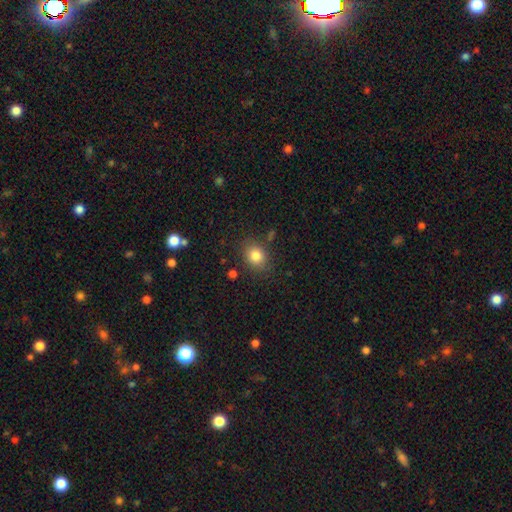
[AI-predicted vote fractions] A smooth galaxy with no disk features (82%) that is round (54%).

Vote fractions:
- Smooth or featured? smooth: 82% / star or artifact: 11% / featured or disk: 7%
- How rounded? round: 54% / in between: 45% / cigar-shaped: 1%
- Merging? none: 81% / minor disturbance: 12% / major disturbance: 4% / merger: 3%